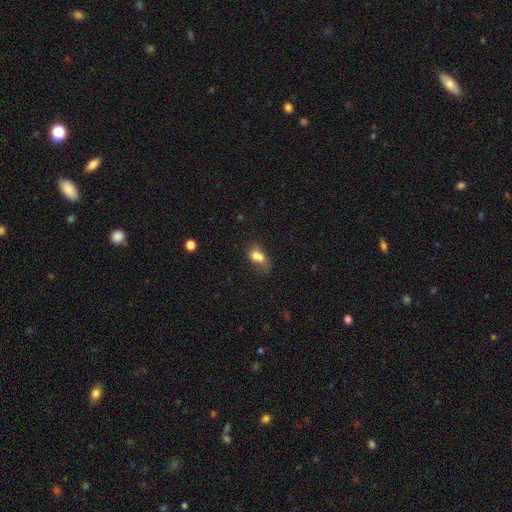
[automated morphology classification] smooth-or-featured: smooth: 70% | featured or disk: 19% | star or artifact: 11%
  how-rounded: in between: 60% | round: 37% | cigar-shaped: 2%
  merging: merger: 58% | none: 22% | minor disturbance: 12% | major disturbance: 9%